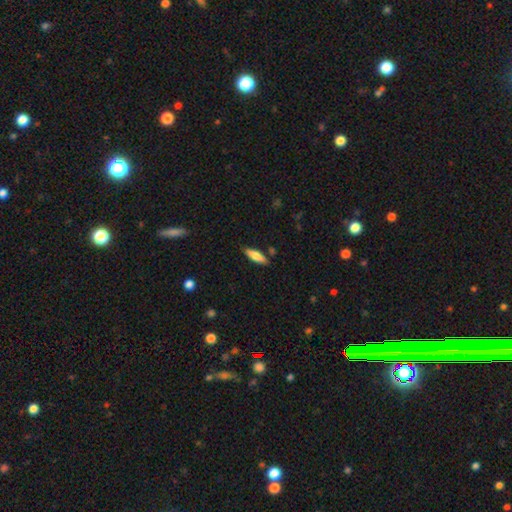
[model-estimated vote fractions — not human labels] A smooth galaxy with no disk features (73%) that is cigar-shaped (54%). Merging: none (85%).